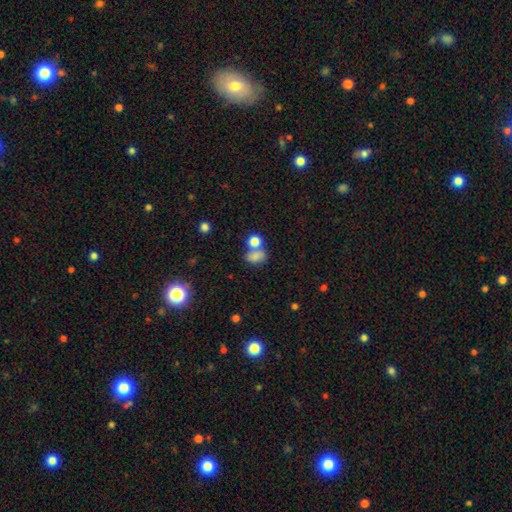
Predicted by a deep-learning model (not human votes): Smooth or featured? smooth (77%)
How rounded? in between (68%)
Merging? merger (41%)